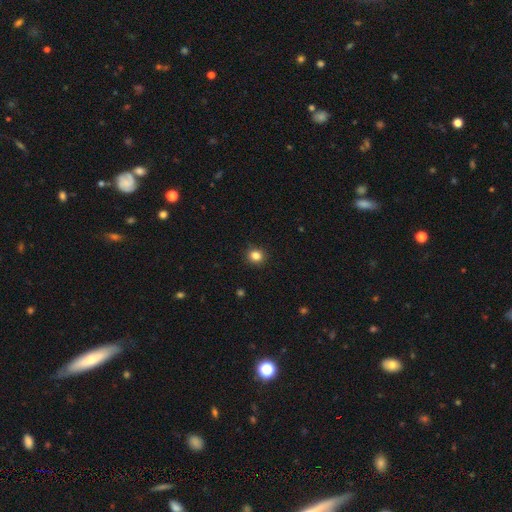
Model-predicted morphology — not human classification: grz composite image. It shows a smooth galaxy with no disk features (84%) that is round (84%). Merging: none (91%).